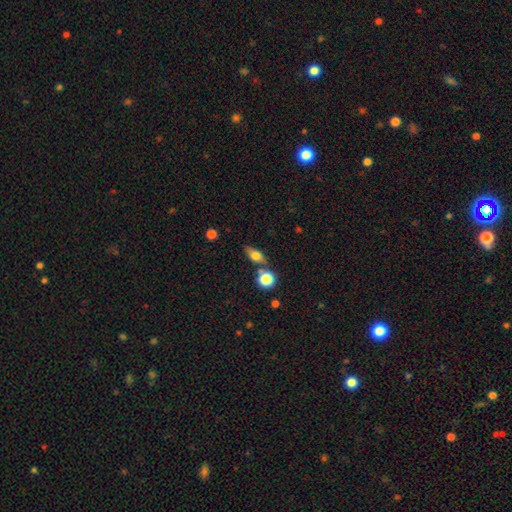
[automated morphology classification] Smooth or featured?
  - smooth: 64% *
  - featured or disk: 25%
  - star or artifact: 11%
How rounded?
  - in between: 68% *
  - round: 16%
  - cigar-shaped: 16%
Merging?
  - none: 68% *
  - minor disturbance: 14%
  - merger: 13%
  - major disturbance: 5%